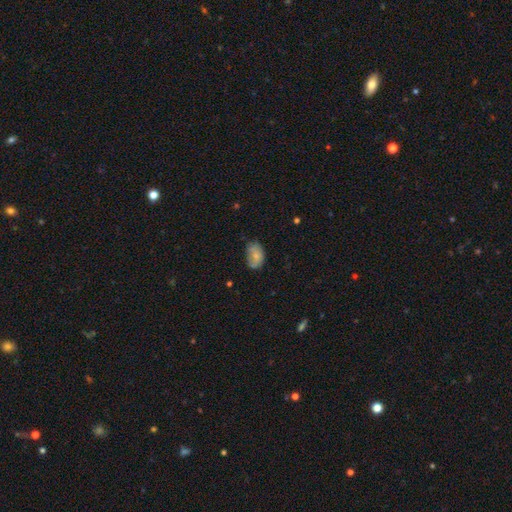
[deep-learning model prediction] Smooth or featured? smooth (75%)
How rounded? in between (89%)
Merging? none (58%)